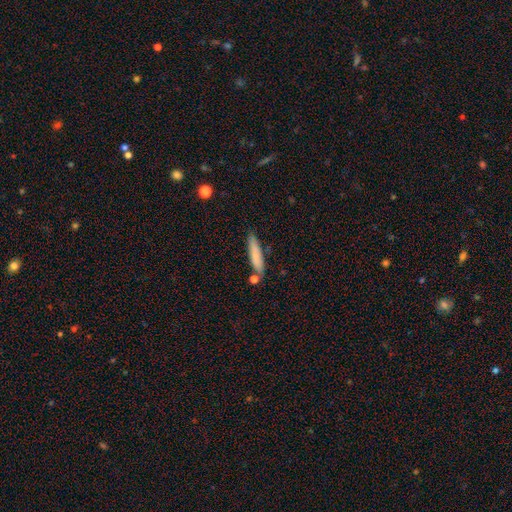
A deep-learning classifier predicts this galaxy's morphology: The model was most divided on "smooth or featured": smooth: 76%, featured or disk: 17%, star or artifact: 6%. More confident: how rounded — cigar-shaped (87%); merging — none (76%).